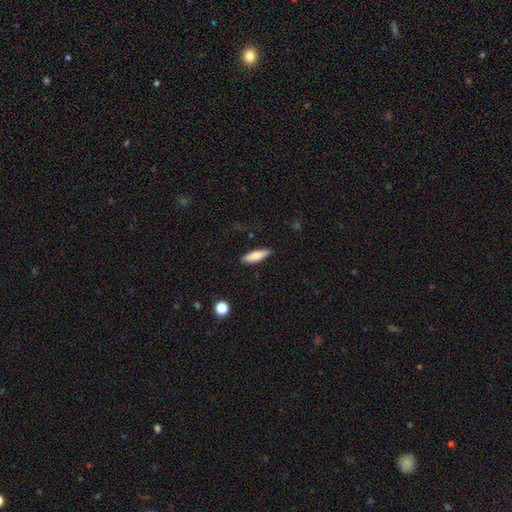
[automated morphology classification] The model was most divided on "how rounded": cigar-shaped: 56%, in between: 42%, round: 2%. More confident: merging — none (86%); smooth or featured — smooth (79%).